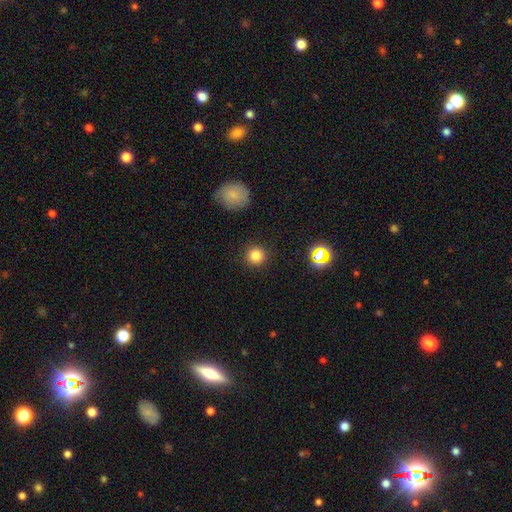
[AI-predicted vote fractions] smooth_or_featured: smooth (p=0.81) [alt: star or artifact p=0.14]
how_rounded: round (p=0.94) [alt: in between p=0.05]
merging: none (p=0.90) [alt: minor disturbance p=0.06]